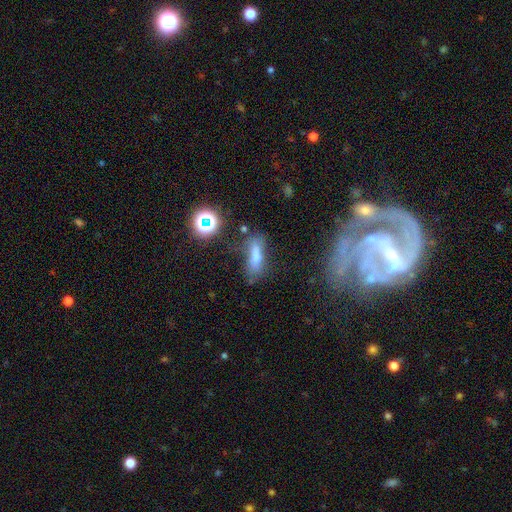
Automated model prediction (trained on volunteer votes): Smooth or featured? smooth (67%)
How rounded? cigar-shaped (52%)
Merging? none (52%)